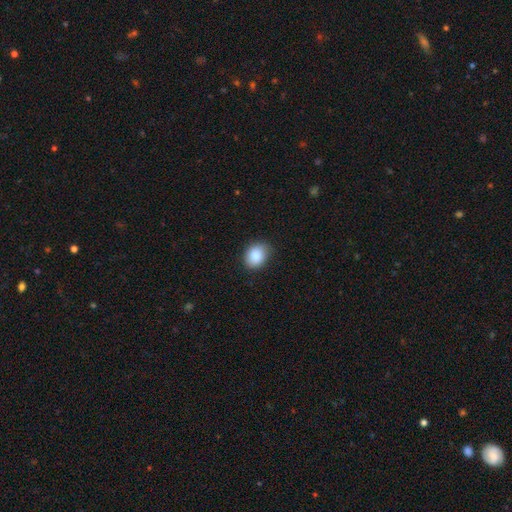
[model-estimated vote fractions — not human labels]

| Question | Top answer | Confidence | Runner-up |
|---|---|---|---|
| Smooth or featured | smooth | 88% | star or artifact (8%) |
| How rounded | in between | 54% | round (45%) |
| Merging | none | 82% | minor disturbance (14%) |